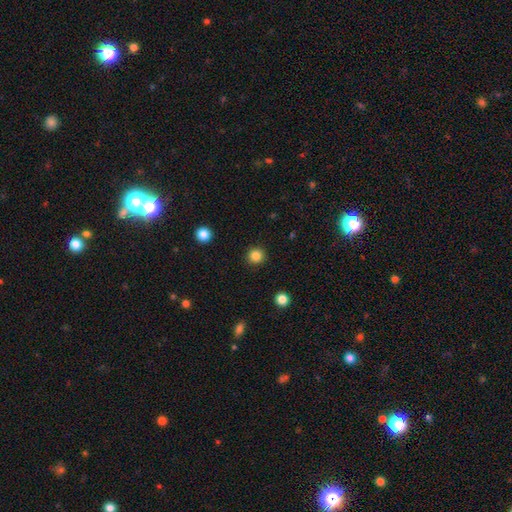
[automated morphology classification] This is clearly a smooth galaxy (84%). How rounded: clearly round (93%). Merging: clearly none (92%).